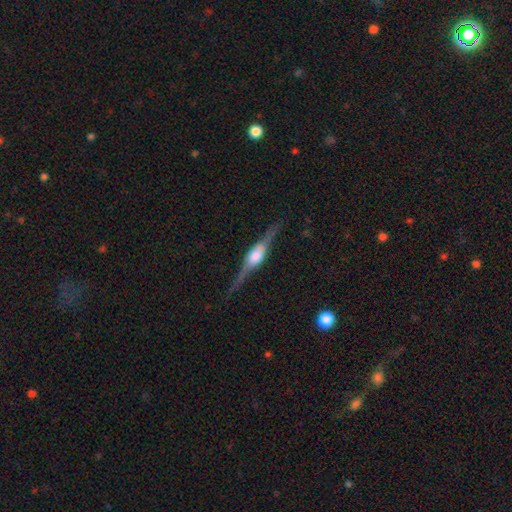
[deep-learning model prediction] Smooth or featured?
  - featured or disk: 79% *
  - smooth: 15%
  - star or artifact: 6%
Edge-on disk?
  - yes: 97% *
  - no: 3%
Edge-on bulge?
  - rounded: 81% *
  - boxy: 17%
  - none: 2%
Merging?
  - none: 83% *
  - minor disturbance: 12%
  - major disturbance: 4%
  - merger: 1%